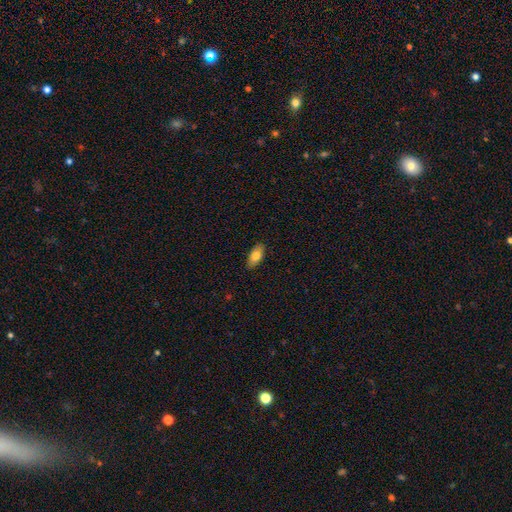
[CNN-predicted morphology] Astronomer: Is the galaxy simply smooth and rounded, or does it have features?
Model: smooth — 80%.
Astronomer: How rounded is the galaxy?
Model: in between — 87%.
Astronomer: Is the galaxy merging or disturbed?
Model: none — 88%.